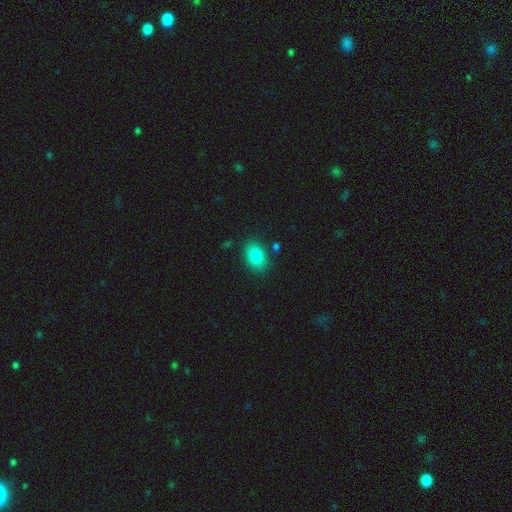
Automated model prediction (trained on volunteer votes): Q: Smooth or featured?
A: smooth (84%); runner-up: star or artifact (9%)
Q: How rounded?
A: in between (76%); runner-up: round (23%)
Q: Merging?
A: none (83%); runner-up: minor disturbance (11%)